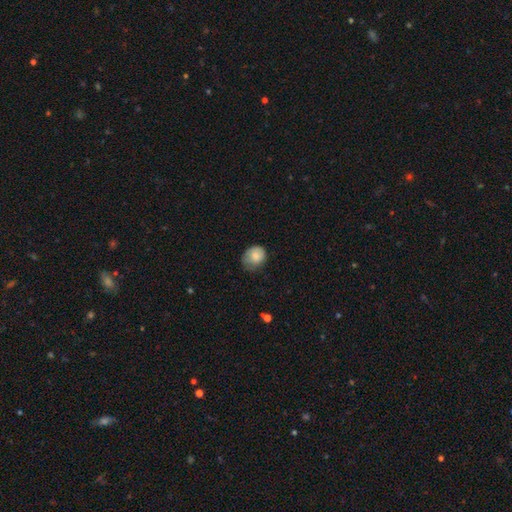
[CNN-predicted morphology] smooth-or-featured: smooth: 82% | featured or disk: 10% | star or artifact: 8%
  how-rounded: round: 62% | in between: 38% | cigar-shaped: 1%
  merging: none: 53% | minor disturbance: 35% | major disturbance: 10% | merger: 1%